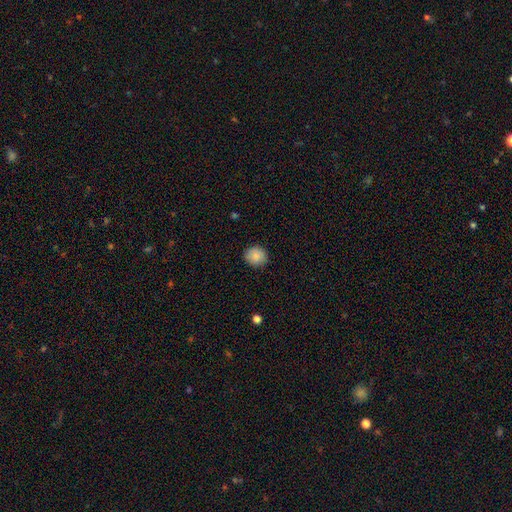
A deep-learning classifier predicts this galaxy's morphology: Overall: smooth (87%). How rounded: round (82%). Merging: none (88%).